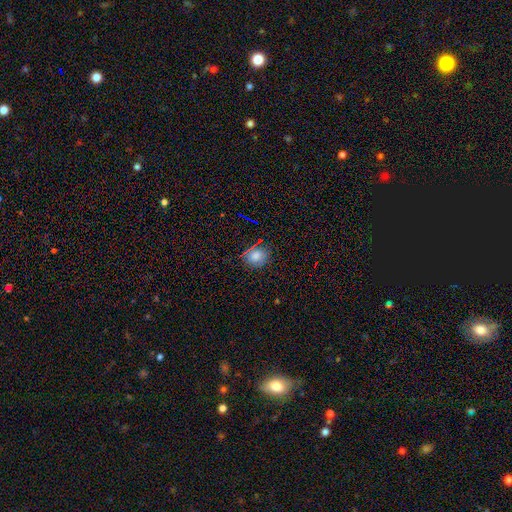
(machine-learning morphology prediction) Overall: smooth (73%). How rounded: round (70%). Merging: none (83%).